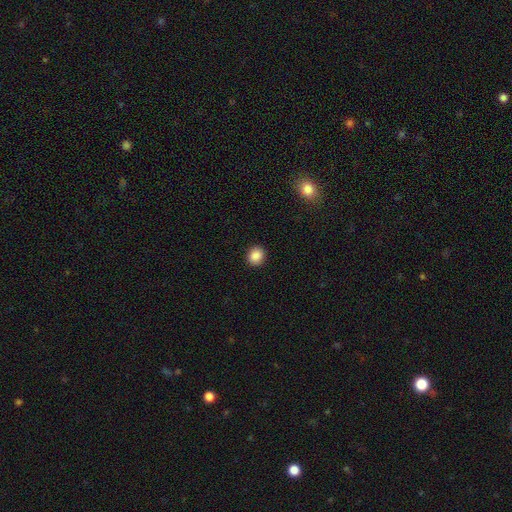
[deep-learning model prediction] smooth-or-featured: smooth: 88% | star or artifact: 9% | featured or disk: 3%
  how-rounded: round: 77% | in between: 22% | cigar-shaped: 1%
  merging: none: 92% | minor disturbance: 6% | major disturbance: 2% | merger: 1%